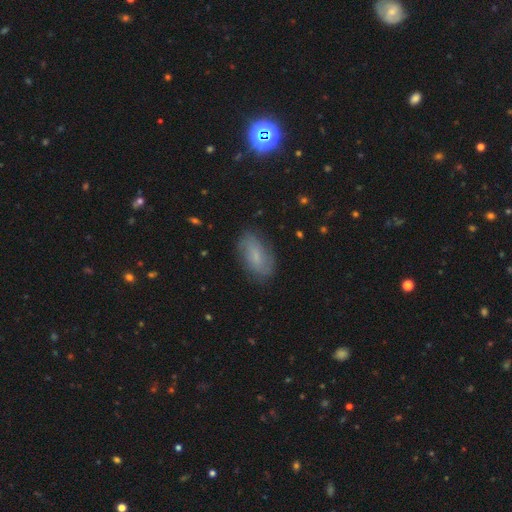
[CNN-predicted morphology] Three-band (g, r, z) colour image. It shows a smooth galaxy with no disk features (57%) that is in between round and cigar-shaped (90%). Merging: none (81%).